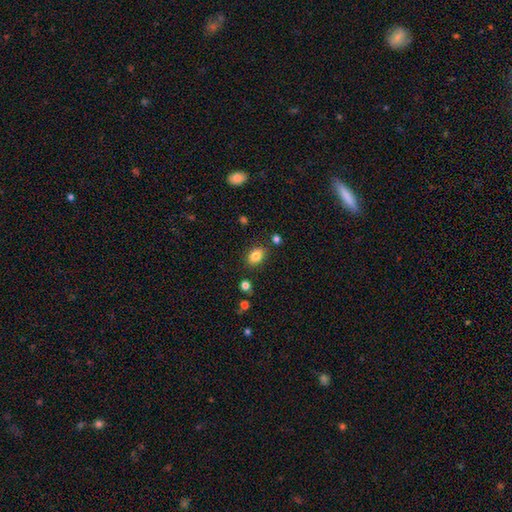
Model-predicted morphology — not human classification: smooth-or-featured: smooth: 84% | star or artifact: 10% | featured or disk: 6%
  how-rounded: in between: 72% | round: 27% | cigar-shaped: 1%
  merging: none: 81% | minor disturbance: 11% | merger: 4% | major disturbance: 3%